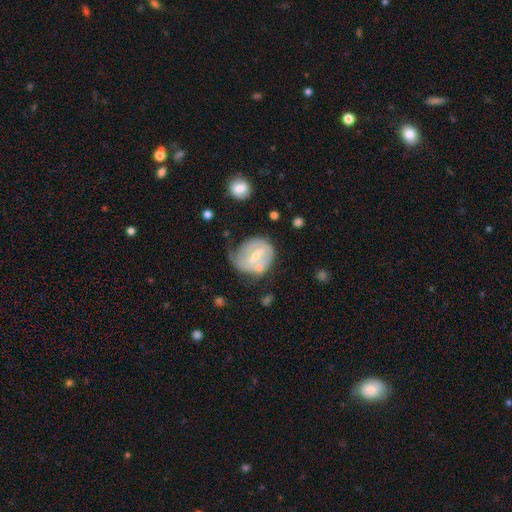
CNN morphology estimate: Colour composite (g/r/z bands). It shows a featured or disk galaxy (63%) with a strong bar (44%), spiral arms (61%) and a moderate central bulge (45%). Merging: none (38%).